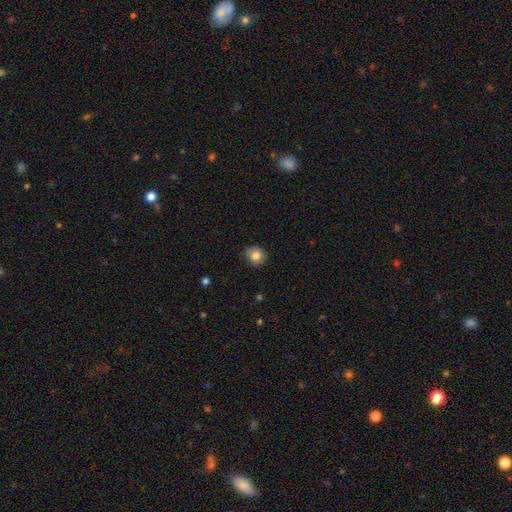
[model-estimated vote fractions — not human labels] Smooth or featured? smooth (82%)
How rounded? round (77%)
Merging? none (84%)